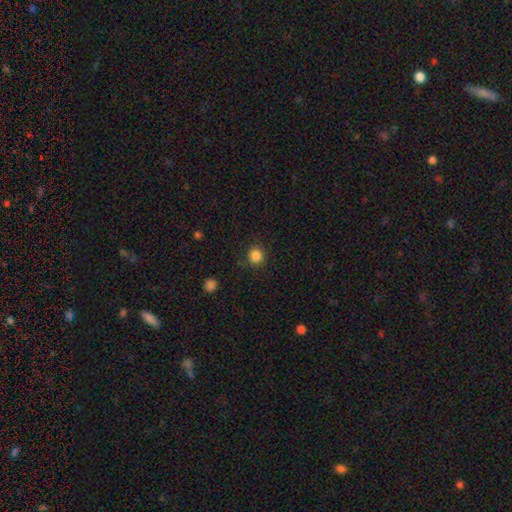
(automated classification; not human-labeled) smooth-or-featured: smooth: 85% | star or artifact: 12% | featured or disk: 4%
  how-rounded: round: 93% | in between: 6% | cigar-shaped: 1%
  merging: none: 88% | minor disturbance: 8% | major disturbance: 3% | merger: 1%